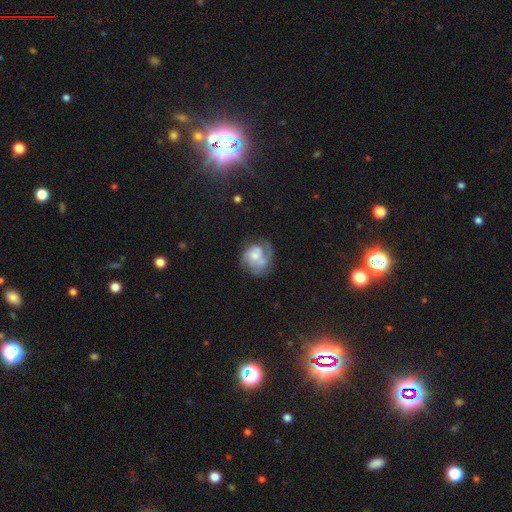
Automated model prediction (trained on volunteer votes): Smooth or featured?
  - featured or disk: 62% *
  - smooth: 30%
  - star or artifact: 8%
Edge-on disk?
  - no: 98% *
  - yes: 2%
Bar?
  - no: 76% *
  - weak: 21%
  - strong: 3%
Spiral arms?
  - yes: 72% *
  - no: 28%
Bulge size?
  - moderate: 47% *
  - small: 31%
  - none: 10%
  - large: 10%
  - dominant: 2%
Merging?
  - none: 43% *
  - minor disturbance: 23%
  - major disturbance: 21%
  - merger: 13%